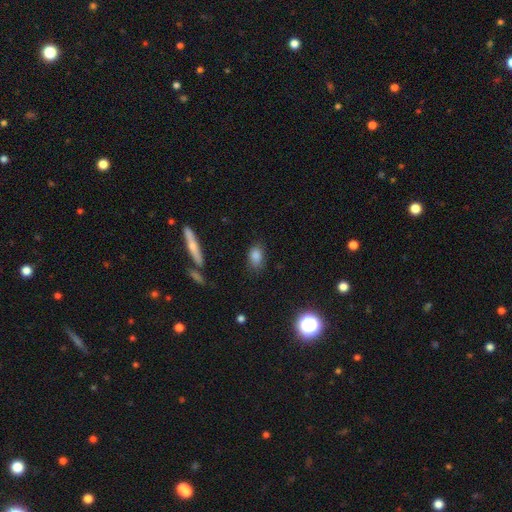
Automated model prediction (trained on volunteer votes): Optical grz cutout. It shows a smooth galaxy with no disk features (83%) that is in between round and cigar-shaped (84%). Merging: none (78%).